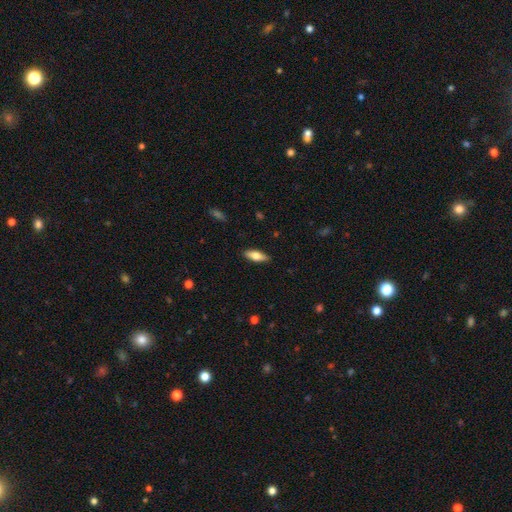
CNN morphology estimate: The model was most divided on "how rounded": in between: 64%, cigar-shaped: 34%, round: 2%. More confident: merging — none (88%); smooth or featured — smooth (68%).